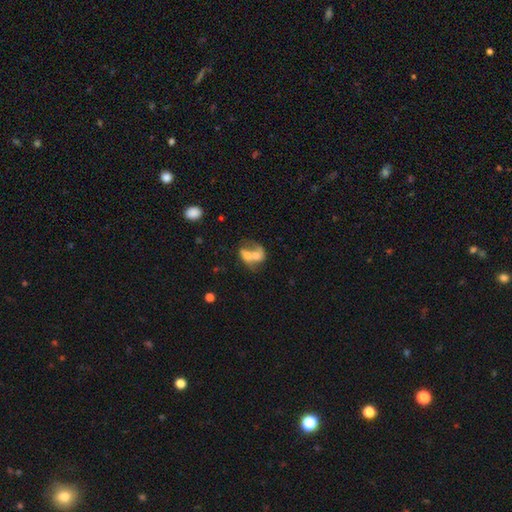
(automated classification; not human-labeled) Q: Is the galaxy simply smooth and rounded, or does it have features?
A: smooth — 48%.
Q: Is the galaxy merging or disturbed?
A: merger — 77%.